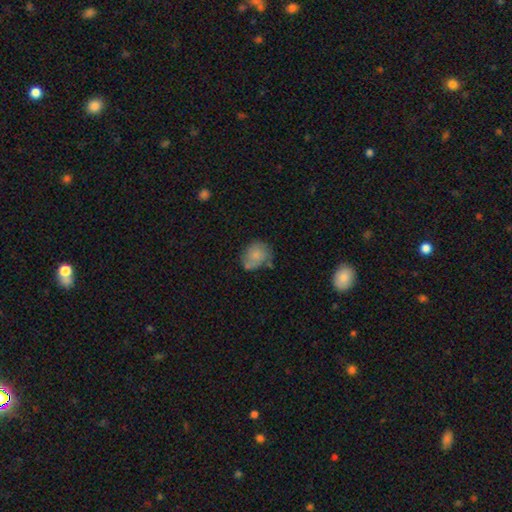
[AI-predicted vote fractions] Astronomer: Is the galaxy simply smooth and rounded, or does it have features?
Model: smooth — 71%.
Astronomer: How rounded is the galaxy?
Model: round — 51% (runner-up: in between, 48%).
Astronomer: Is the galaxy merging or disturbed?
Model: none — 49% (runner-up: minor disturbance, 30%).